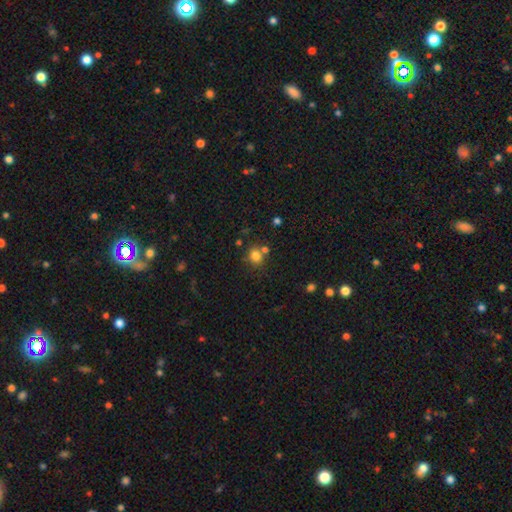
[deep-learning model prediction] A smooth galaxy with no disk features (79%) that is round (71%).

Vote fractions:
- Smooth or featured? smooth: 79% / star or artifact: 14% / featured or disk: 7%
- How rounded? round: 71% / in between: 28% / cigar-shaped: 1%
- Merging? none: 65% / merger: 19% / minor disturbance: 12% / major disturbance: 4%